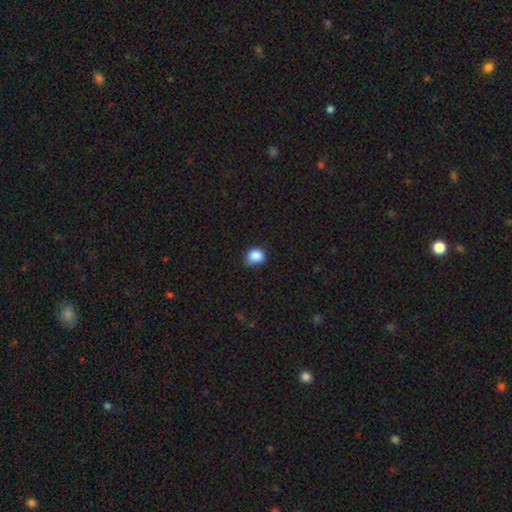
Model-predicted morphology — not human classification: Smooth or featured? smooth (87%)
How rounded? round (62%)
Merging? none (68%)